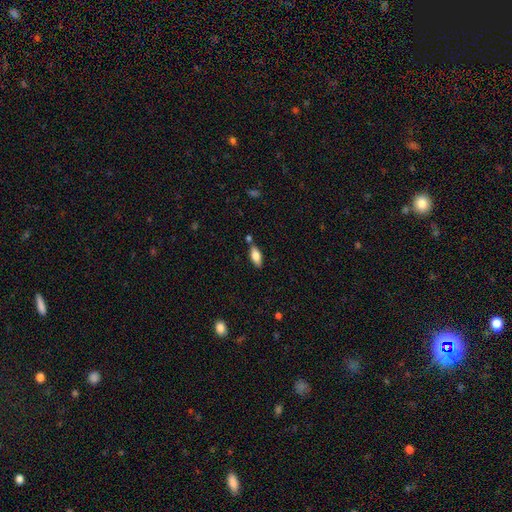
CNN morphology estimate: smooth-or-featured: smooth: 78% | featured or disk: 16% | star or artifact: 7%
  how-rounded: in between: 83% | cigar-shaped: 15% | round: 2%
  merging: none: 76% | minor disturbance: 14% | merger: 8% | major disturbance: 3%